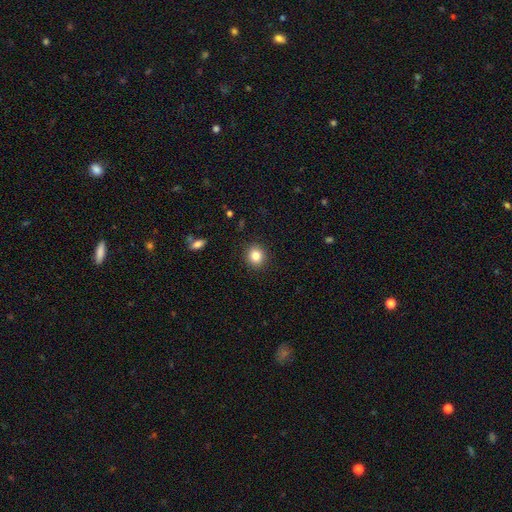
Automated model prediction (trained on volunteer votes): Morphology: type=smooth (83%); roundness=round (83%); merging=none (91%).